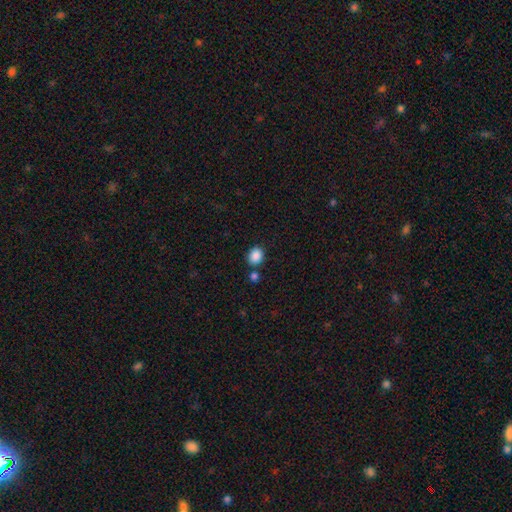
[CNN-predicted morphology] Smooth or featured: smooth — 88% (star or artifact — 9%)
How rounded: round — 58% (in between — 41%)
Merging: none — 77% (merger — 10%)